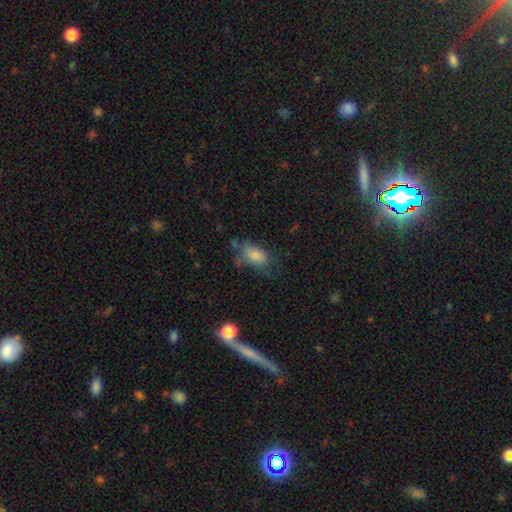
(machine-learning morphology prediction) Smooth or featured? smooth (76%)
How rounded? in between (88%)
Merging? none (49%)